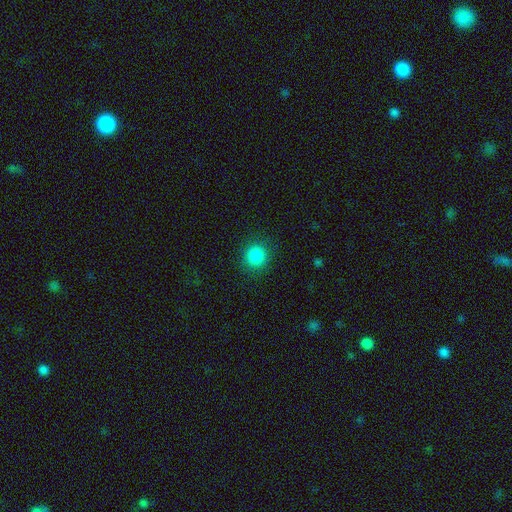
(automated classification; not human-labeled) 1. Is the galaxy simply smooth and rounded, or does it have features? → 86% smooth, 10% star or artifact, 3% featured or disk.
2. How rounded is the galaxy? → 91% round, 8% in between, 1% cigar-shaped.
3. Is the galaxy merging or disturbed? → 90% none, 7% minor disturbance, 3% major disturbance, 1% merger.